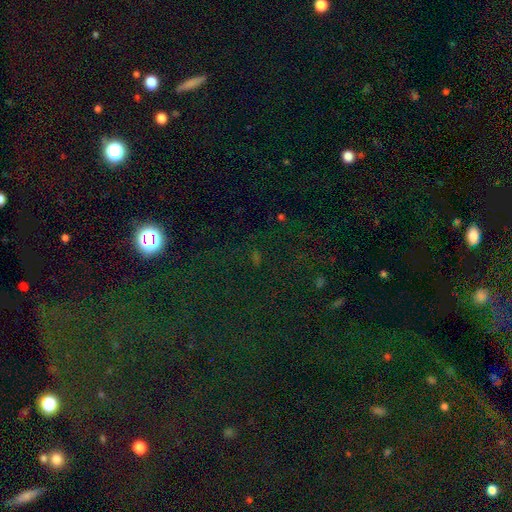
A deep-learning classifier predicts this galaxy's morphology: Smooth or featured? Predicted: star or artifact (p=0.75).